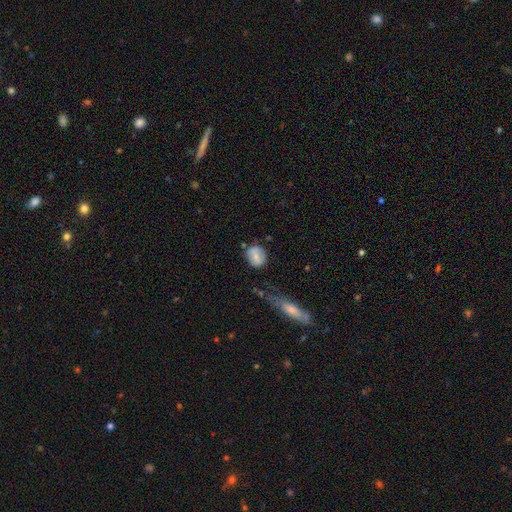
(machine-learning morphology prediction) smooth_or_featured: smooth (p=0.66) [alt: featured or disk p=0.26]
how_rounded: round (p=0.62) [alt: in between p=0.36]
merging: none (p=0.66) [alt: minor disturbance p=0.21]